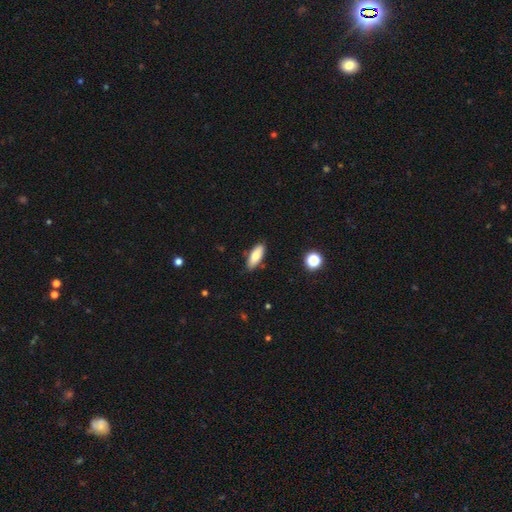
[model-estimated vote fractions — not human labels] Q: Smooth or featured?
A: smooth (80%); runner-up: featured or disk (13%)
Q: How rounded?
A: in between (76%); runner-up: cigar-shaped (22%)
Q: Merging?
A: none (84%); runner-up: minor disturbance (12%)